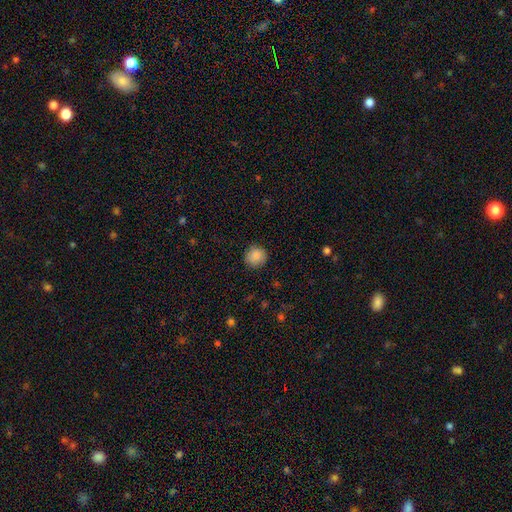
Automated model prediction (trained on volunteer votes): The model was most divided on "smooth or featured": smooth: 87%, star or artifact: 8%, featured or disk: 5%. More confident: how rounded — round (90%); merging — none (88%).